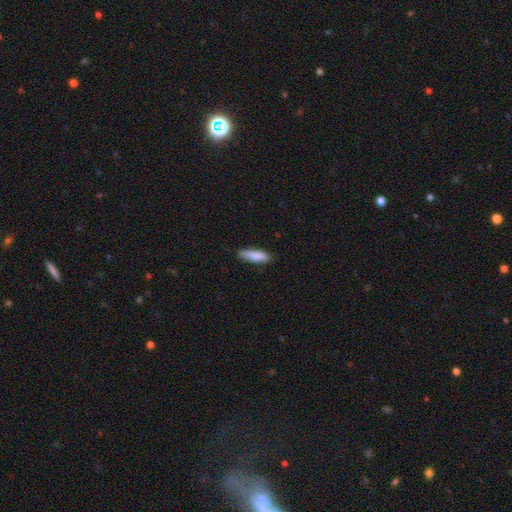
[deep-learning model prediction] Smooth or featured? Predicted: smooth (p=0.85). How rounded? Predicted: cigar-shaped (p=0.55). Merging? Predicted: none (p=0.80).